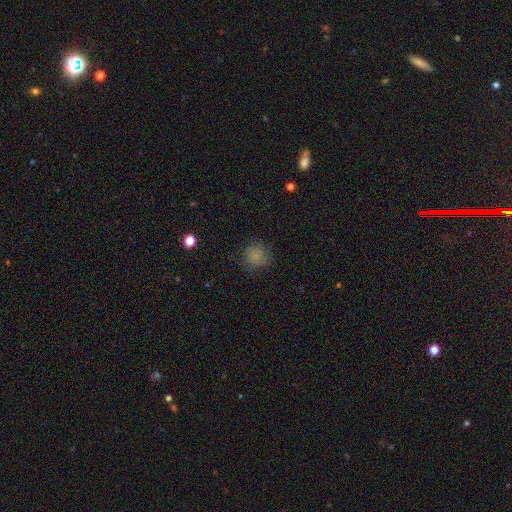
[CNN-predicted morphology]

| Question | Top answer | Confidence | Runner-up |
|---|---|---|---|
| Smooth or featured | smooth | 80% | star or artifact (13%) |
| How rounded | round | 89% | in between (10%) |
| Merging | none | 80% | minor disturbance (14%) |